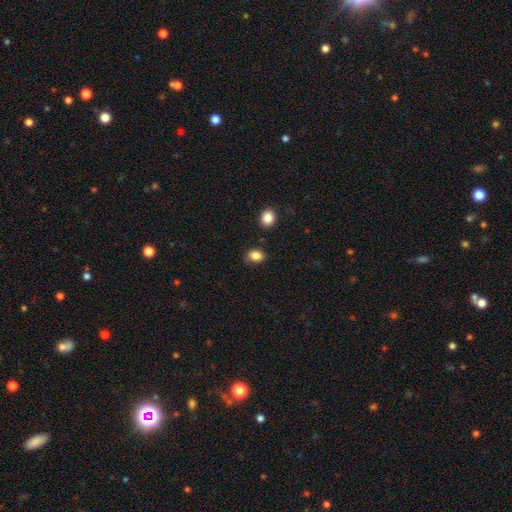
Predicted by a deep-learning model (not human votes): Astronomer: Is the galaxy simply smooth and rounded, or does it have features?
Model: smooth — 85%.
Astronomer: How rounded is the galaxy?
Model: in between — 65%.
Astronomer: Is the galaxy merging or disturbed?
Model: none — 74%.